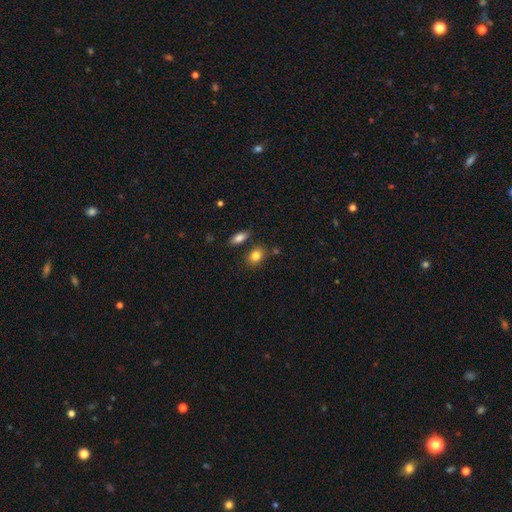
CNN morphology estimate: Overall: smooth (83%). How rounded: in between (61%; round 37%). Merging: none (75%).